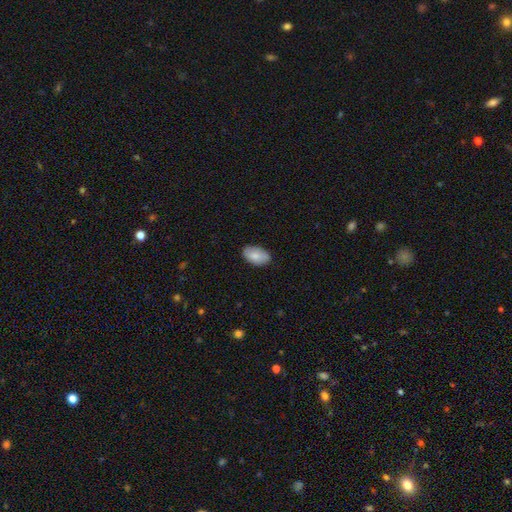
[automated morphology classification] smooth_or_featured: smooth (p=0.83) [alt: featured or disk p=0.11]
how_rounded: in between (p=0.94) [alt: round p=0.04]
merging: none (p=0.82) [alt: minor disturbance p=0.15]